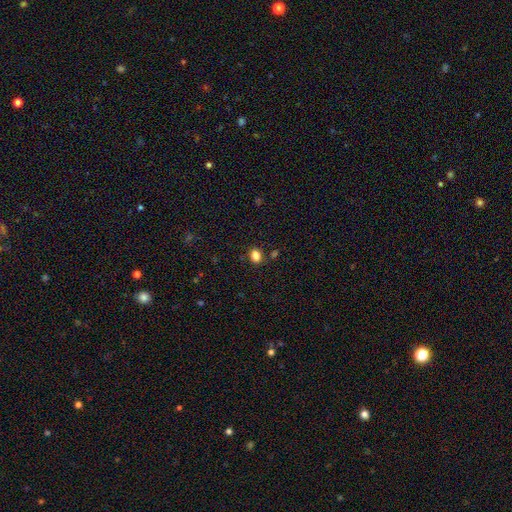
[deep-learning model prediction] Smooth or featured? smooth (84%)
How rounded? in between (53%)
Merging? none (83%)